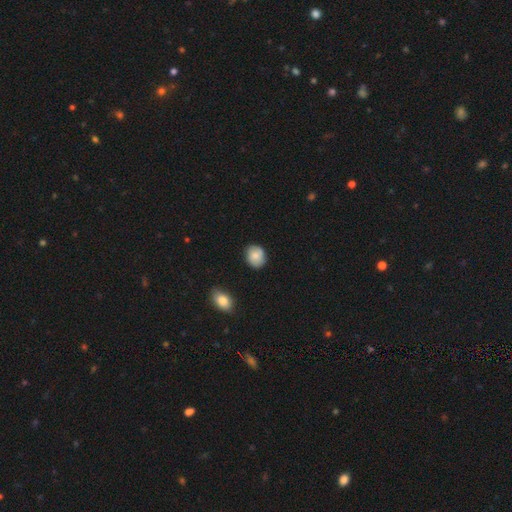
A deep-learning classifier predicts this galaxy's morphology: smooth 83%, featured or disk 10%, star or artifact 7%. Down the decision tree: how rounded — round (64%); merging — none (82%).